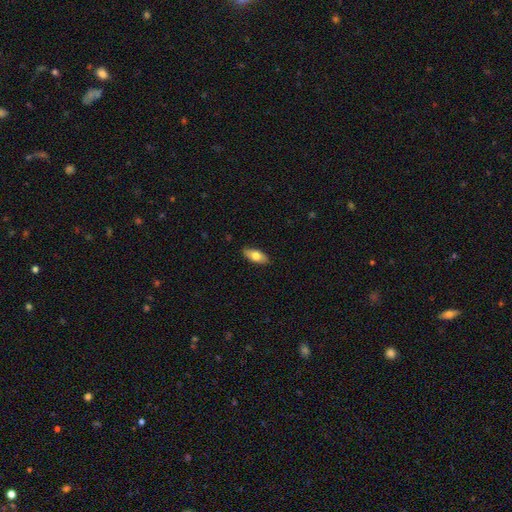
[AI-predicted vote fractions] Smooth or featured?
  - smooth: 72% *
  - featured or disk: 22%
  - star or artifact: 6%
How rounded?
  - in between: 82% *
  - cigar-shaped: 15%
  - round: 3%
Merging?
  - none: 88% *
  - minor disturbance: 10%
  - major disturbance: 2%
  - merger: 1%